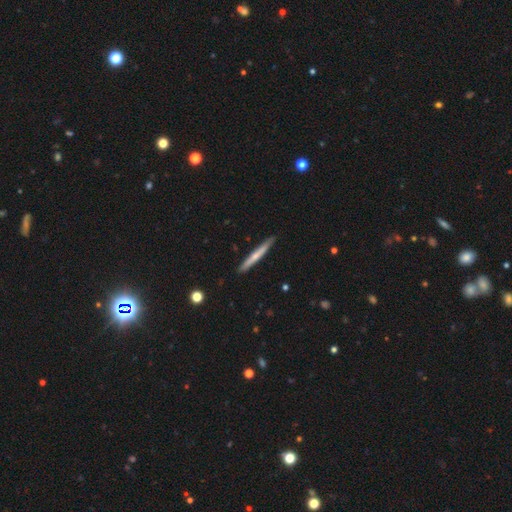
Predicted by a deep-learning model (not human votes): Q: Smooth or featured?
A: smooth (49%); runner-up: featured or disk (46%)
Q: Merging?
A: none (89%); runner-up: minor disturbance (8%)